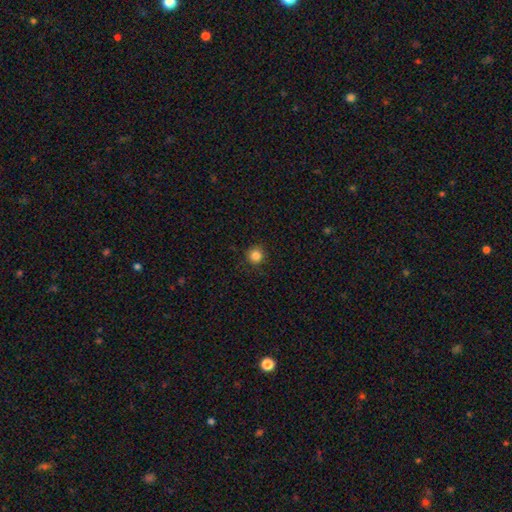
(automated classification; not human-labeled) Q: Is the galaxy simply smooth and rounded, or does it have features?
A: smooth — 84%.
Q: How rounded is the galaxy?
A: round — 94%.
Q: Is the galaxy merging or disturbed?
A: none — 90%.